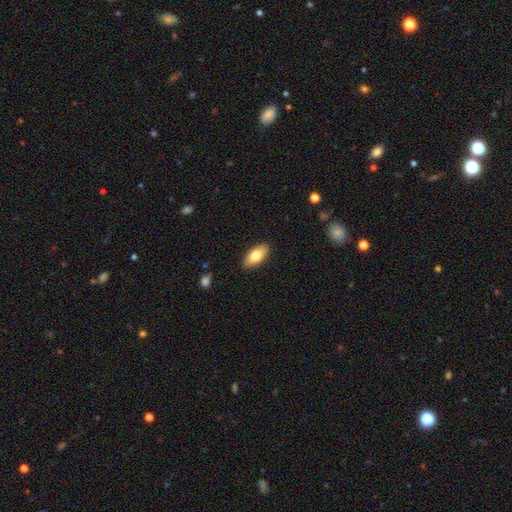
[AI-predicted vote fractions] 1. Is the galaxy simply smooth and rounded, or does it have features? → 75% smooth, 18% featured or disk, 6% star or artifact.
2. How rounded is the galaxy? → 88% in between, 9% cigar-shaped, 3% round.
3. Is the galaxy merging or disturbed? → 89% none, 9% minor disturbance, 2% major disturbance, 1% merger.